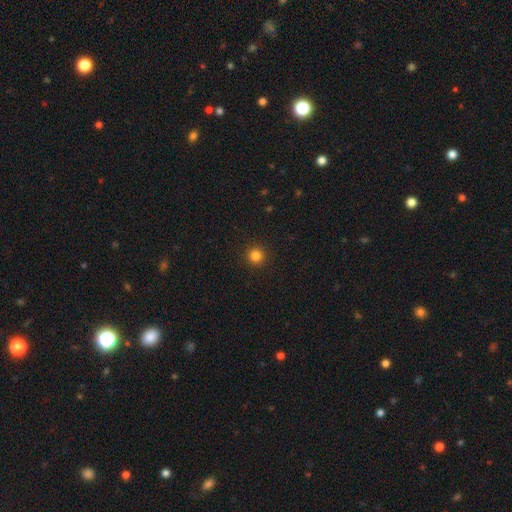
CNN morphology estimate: Smooth or featured?
  - smooth: 83% *
  - star or artifact: 13%
  - featured or disk: 4%
How rounded?
  - round: 96% *
  - in between: 3%
  - cigar-shaped: 1%
Merging?
  - none: 93% *
  - minor disturbance: 4%
  - major disturbance: 2%
  - merger: 1%